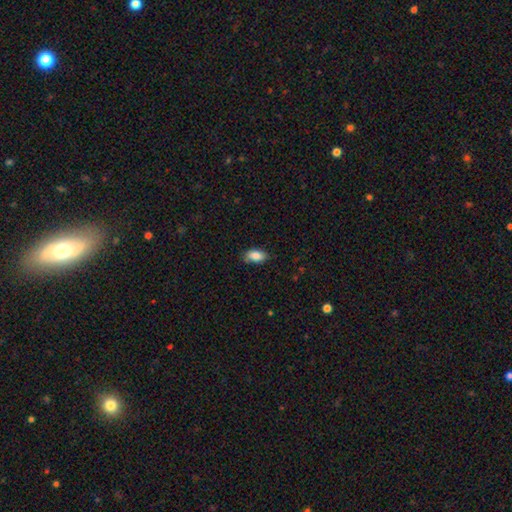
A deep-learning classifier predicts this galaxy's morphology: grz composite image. It shows a smooth galaxy with no disk features (87%) that is in between round and cigar-shaped (92%). Merging: none (80%).